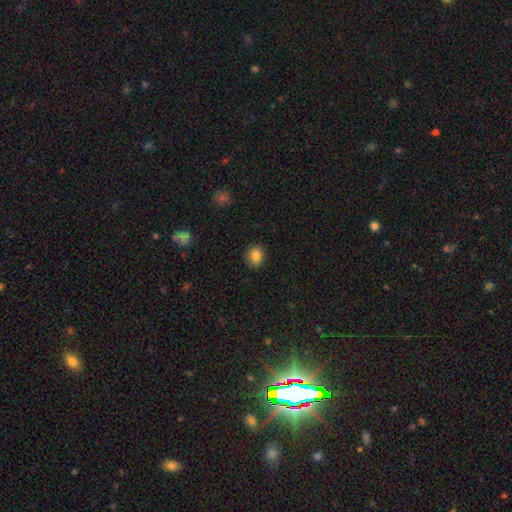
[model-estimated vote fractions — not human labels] smooth-or-featured: smooth: 85% | star or artifact: 10% | featured or disk: 5%
  how-rounded: round: 64% | in between: 35% | cigar-shaped: 1%
  merging: none: 86% | minor disturbance: 10% | major disturbance: 2% | merger: 1%